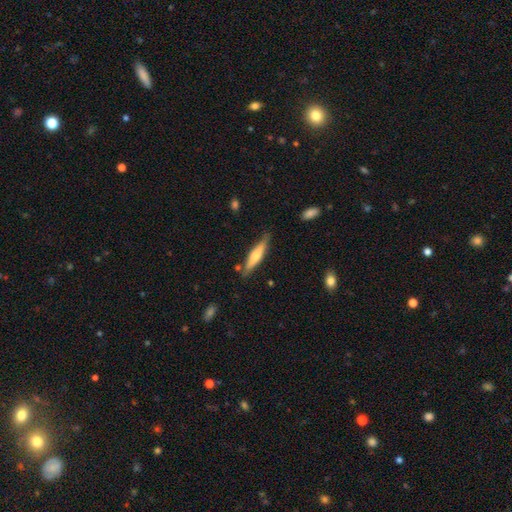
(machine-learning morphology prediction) Q: Smooth or featured?
A: smooth (54%); runner-up: featured or disk (41%)
Q: How rounded?
A: cigar-shaped (80%); runner-up: in between (18%)
Q: Merging?
A: none (78%); runner-up: minor disturbance (16%)